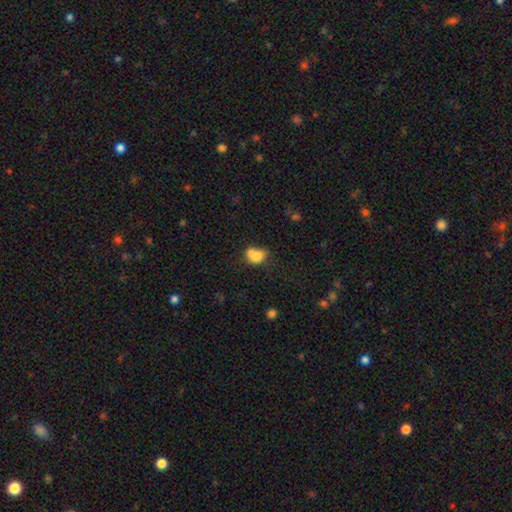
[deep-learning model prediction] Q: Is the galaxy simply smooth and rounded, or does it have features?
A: smooth — 74%.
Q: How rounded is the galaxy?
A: in between — 61%.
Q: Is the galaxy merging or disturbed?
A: merger — 52%.